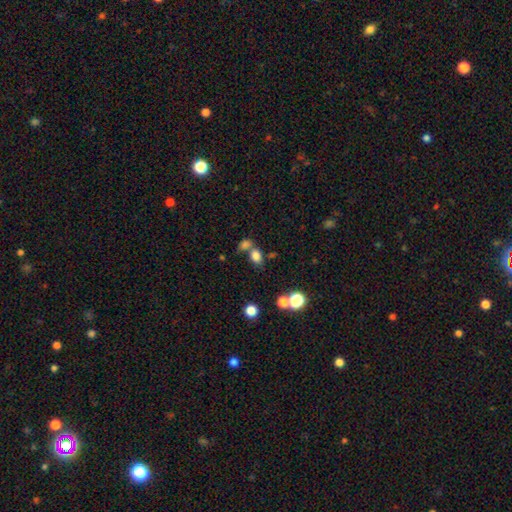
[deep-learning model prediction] Morphology: type=smooth (78%); roundness=in between (69%); merging=none (49%).